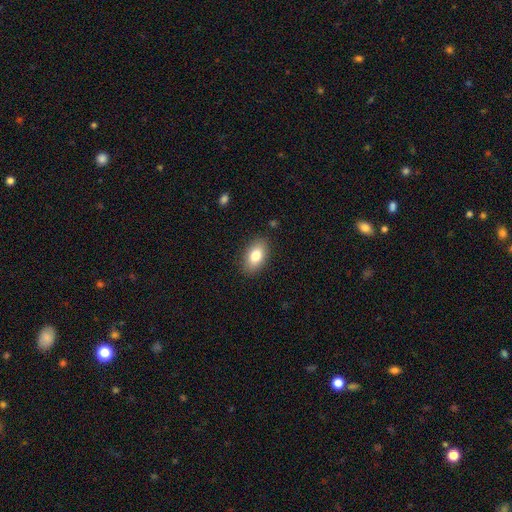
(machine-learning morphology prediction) Smooth or featured: smooth — 81% (featured or disk — 11%)
How rounded: in between — 91% (round — 7%)
Merging: none — 87% (minor disturbance — 10%)